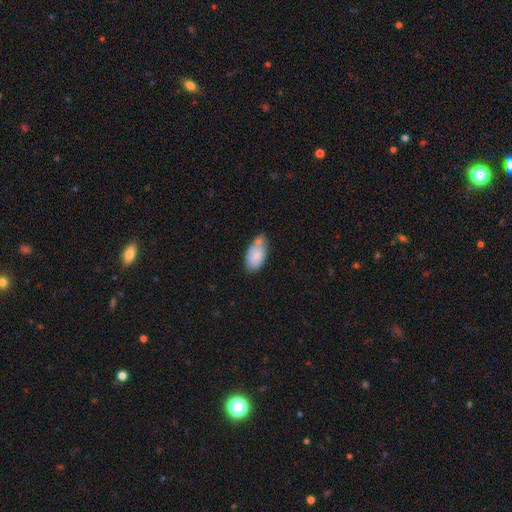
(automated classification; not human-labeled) Q: Smooth or featured?
A: smooth (73%); runner-up: featured or disk (20%)
Q: How rounded?
A: in between (93%); runner-up: round (4%)
Q: Merging?
A: none (47%); runner-up: minor disturbance (25%)